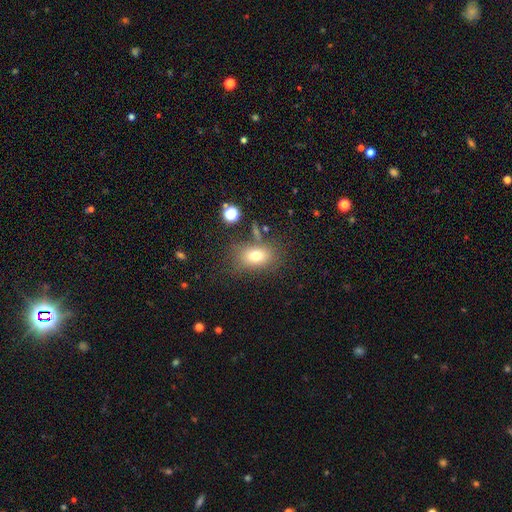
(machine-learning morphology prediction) smooth-or-featured: smooth: 73% | featured or disk: 14% | star or artifact: 13%
  how-rounded: in between: 77% | round: 21% | cigar-shaped: 2%
  merging: none: 69% | minor disturbance: 16% | merger: 8% | major disturbance: 8%